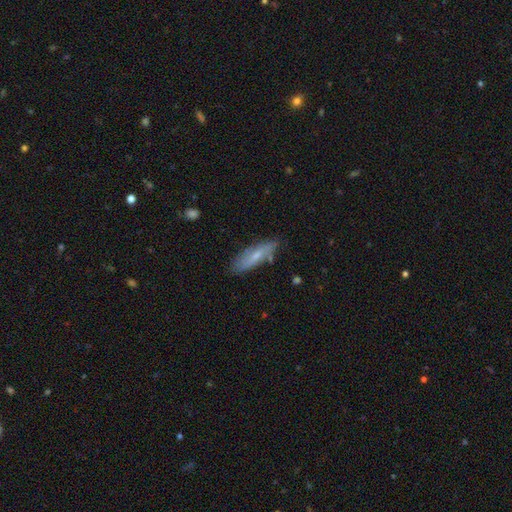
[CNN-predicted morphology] Overall: smooth (55%; featured or disk 38%). How rounded: cigar-shaped (58%; in between 40%). Merging: none (76%).